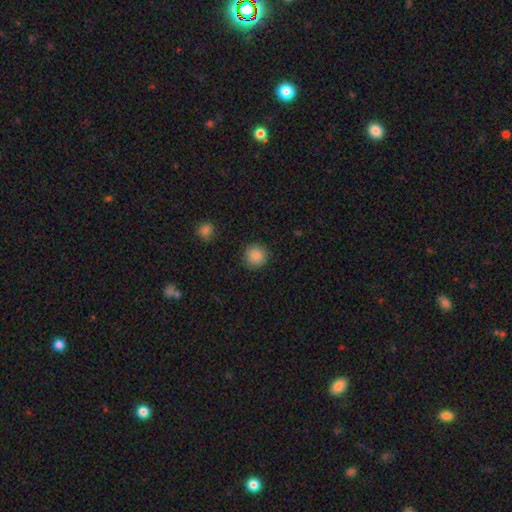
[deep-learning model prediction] Smooth or featured? smooth (87%)
How rounded? round (95%)
Merging? none (91%)